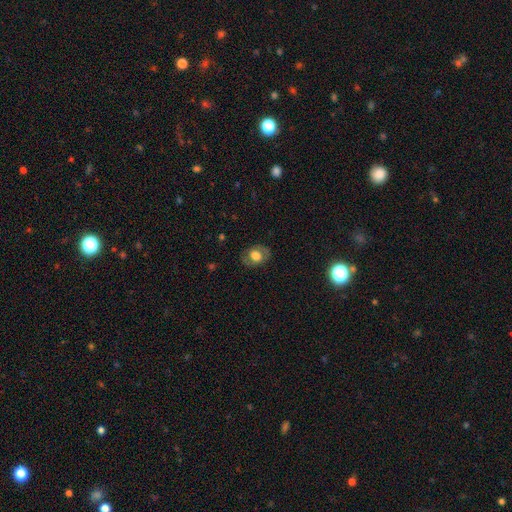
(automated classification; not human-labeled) This appears to be a smooth galaxy with no disk features (58%) that is in between round and cigar-shaped (63%). Merging: none (80%).